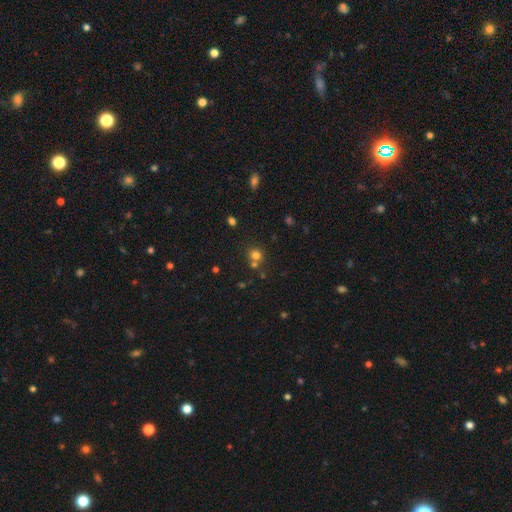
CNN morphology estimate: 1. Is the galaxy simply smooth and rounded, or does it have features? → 72% smooth, 19% star or artifact, 9% featured or disk.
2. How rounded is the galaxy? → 86% round, 13% in between, 1% cigar-shaped.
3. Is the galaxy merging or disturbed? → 60% none, 29% merger, 8% minor disturbance, 3% major disturbance.